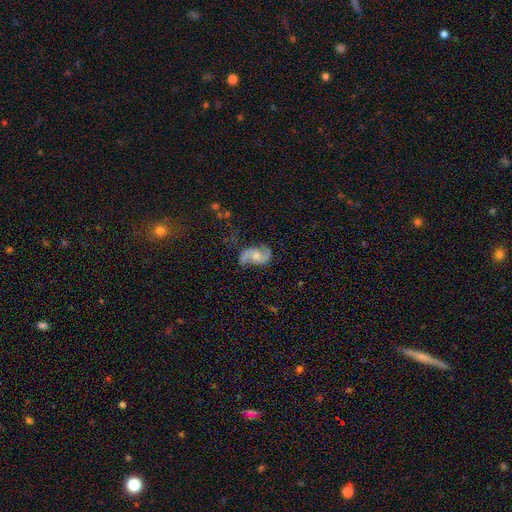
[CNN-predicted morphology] The model was most divided on "bulge size": moderate: 43%, small: 38%, none: 12%, large: 6%, dominant: 1%. More confident: edge-on disk — no (98%); spiral arms — yes (95%); spiral arm count — 2 (91%); smooth or featured — featured or disk (80%); merging — none (65%); bar — no (59%); spiral winding — loose (53%).